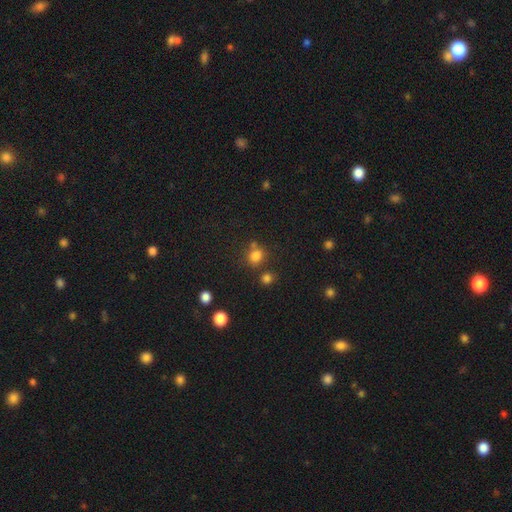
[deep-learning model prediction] Overall: smooth (78%). How rounded: round (72%). Merging: none (66%).